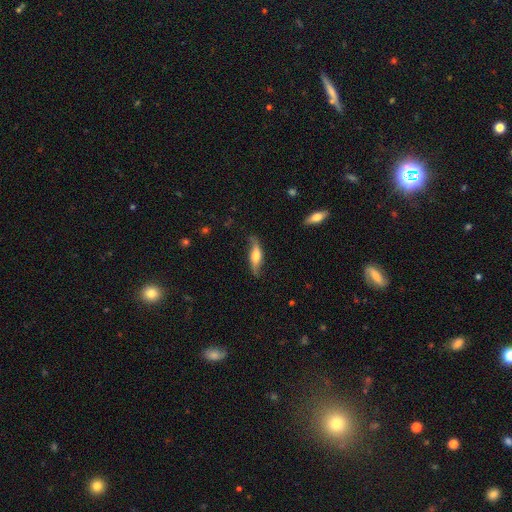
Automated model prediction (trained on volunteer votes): Q: Smooth or featured?
A: featured or disk (55%); runner-up: smooth (38%)
Q: Edge-on disk?
A: yes (50%); tied with: no (50%)
Q: Merging?
A: none (73%); runner-up: minor disturbance (21%)